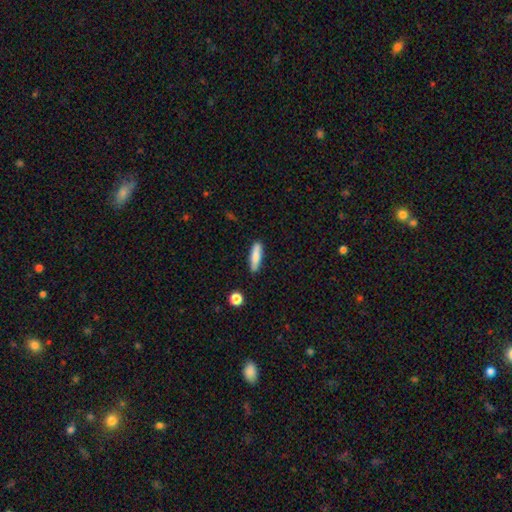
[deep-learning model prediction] smooth 81%, featured or disk 12%, star or artifact 6%. Down the decision tree: how rounded — cigar-shaped (72%); merging — none (86%).